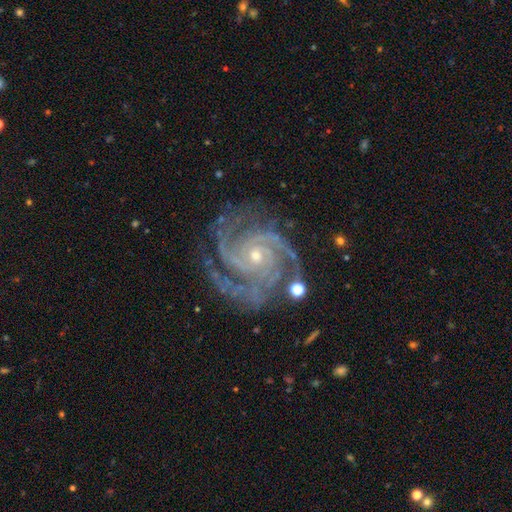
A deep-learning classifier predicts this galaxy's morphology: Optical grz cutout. It shows a featured or disk galaxy (93%) with no bar (70%), 3 (40%) tight (66%) spiral arms (99%) and a small central bulge (70%). Merging: none (74%).